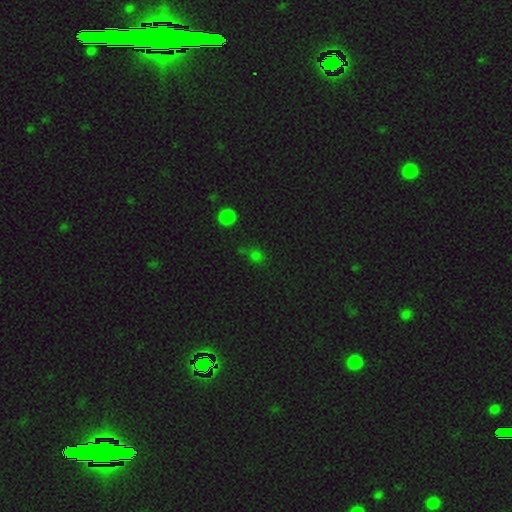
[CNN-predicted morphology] smooth_or_featured: smooth (p=0.56) [alt: star or artifact p=0.39]
how_rounded: round (p=0.74) [alt: in between p=0.24]
merging: none (p=0.70) [alt: minor disturbance p=0.14]